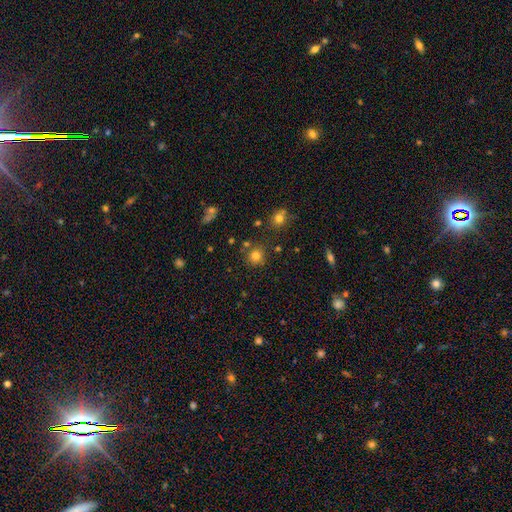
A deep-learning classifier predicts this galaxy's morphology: A smooth galaxy with no disk features (78%) that is round (91%).

Vote fractions:
- Smooth or featured? smooth: 78% / star or artifact: 15% / featured or disk: 6%
- How rounded? round: 91% / in between: 8% / cigar-shaped: 1%
- Merging? none: 81% / minor disturbance: 9% / merger: 6% / major disturbance: 3%